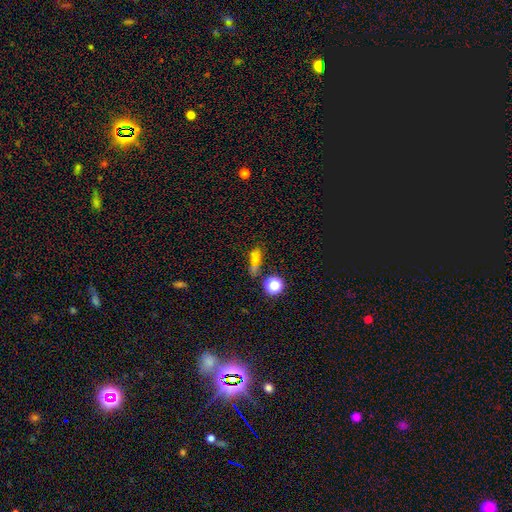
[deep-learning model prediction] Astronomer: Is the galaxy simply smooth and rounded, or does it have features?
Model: smooth — 55%.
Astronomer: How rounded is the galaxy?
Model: in between — 48% (runner-up: round, 27%).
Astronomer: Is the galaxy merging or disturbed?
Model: none — 52%.